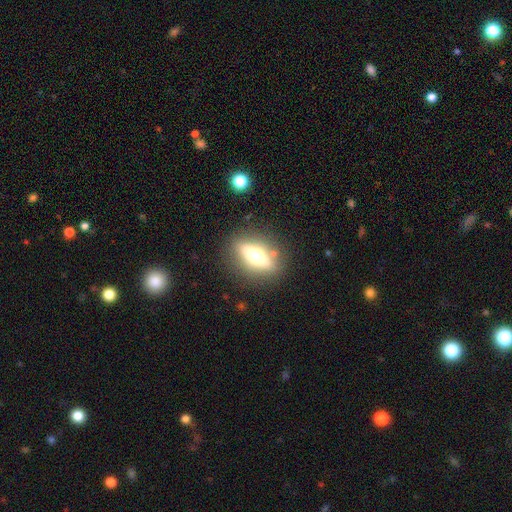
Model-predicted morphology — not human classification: Smooth or featured? featured or disk (48%)
Merging? none (82%)